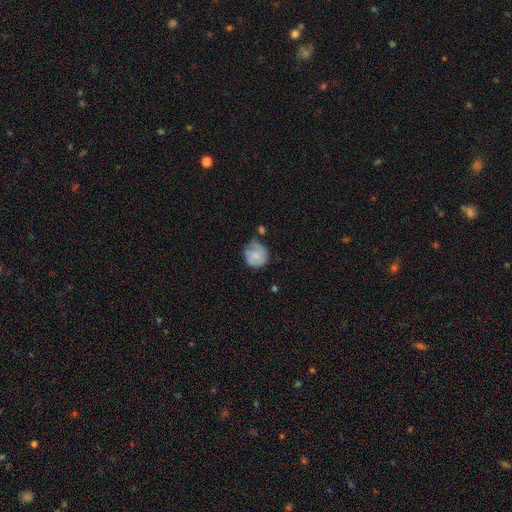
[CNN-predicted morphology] This appears to be a smooth galaxy with no disk features (64%) that is round (84%). Merging: none (52%).